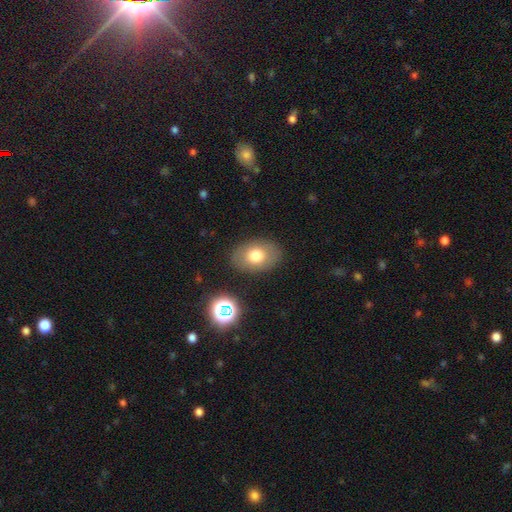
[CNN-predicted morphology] This appears to be a smooth galaxy with no disk features (73%) that is in between round and cigar-shaped (77%). Merging: none (84%).